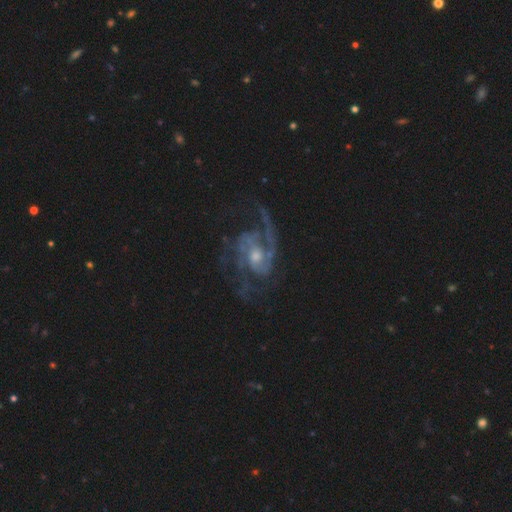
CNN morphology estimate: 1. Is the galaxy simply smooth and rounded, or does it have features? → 89% featured or disk, 6% star or artifact, 5% smooth.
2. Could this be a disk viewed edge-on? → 97% no, 3% yes.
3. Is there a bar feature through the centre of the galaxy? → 56% no, 35% weak, 9% strong.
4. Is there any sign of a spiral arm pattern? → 96% yes, 4% no.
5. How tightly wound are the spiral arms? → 50% medium, 25% loose, 25% tight.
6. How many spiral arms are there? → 47% 2, 19% 3, 14% can't tell, 8% 1, 6% 4, 5% more than 4.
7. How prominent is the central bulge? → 50% moderate, 42% small, 5% large, 3% none, 1% dominant.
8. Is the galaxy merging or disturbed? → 58% none, 23% major disturbance, 17% minor disturbance, 2% merger.